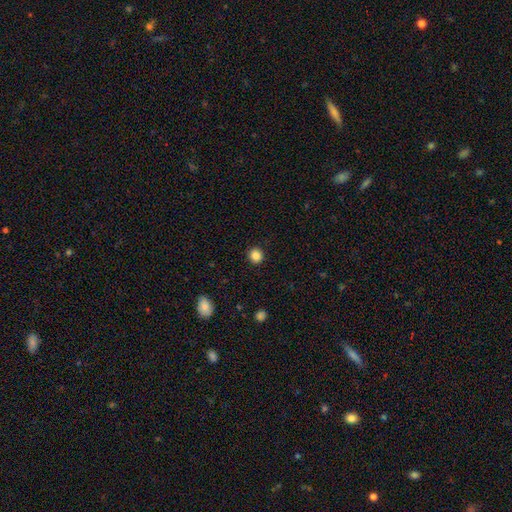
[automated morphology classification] Overall: smooth (85%). How rounded: round (92%). Merging: none (92%).